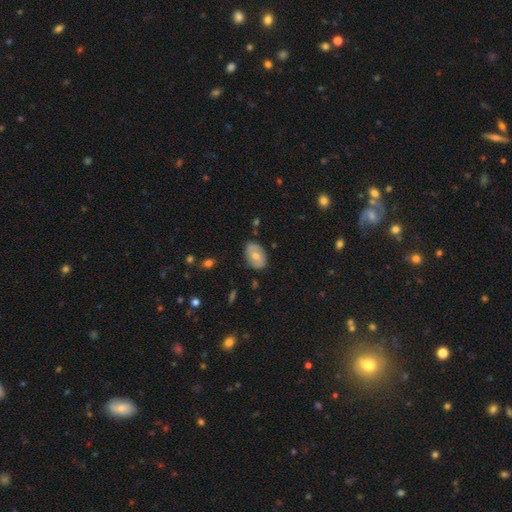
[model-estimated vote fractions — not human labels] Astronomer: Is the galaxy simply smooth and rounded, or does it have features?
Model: smooth — 54% (runner-up: featured or disk, 39%).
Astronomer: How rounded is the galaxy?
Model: in between — 86%.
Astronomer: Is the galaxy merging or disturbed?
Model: none — 81%.